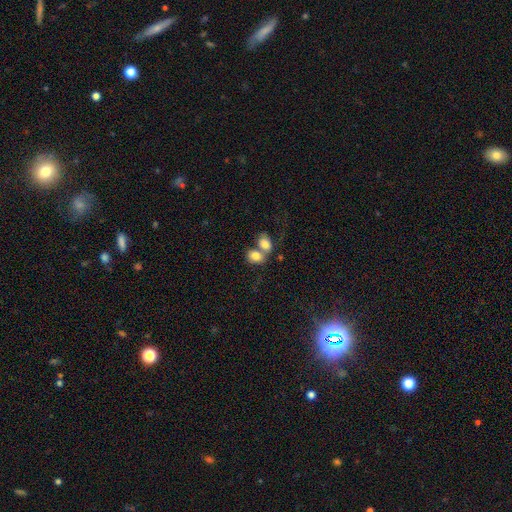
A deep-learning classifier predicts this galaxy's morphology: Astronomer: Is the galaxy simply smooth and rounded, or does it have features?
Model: smooth — 81%.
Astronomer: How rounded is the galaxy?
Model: in between — 65%.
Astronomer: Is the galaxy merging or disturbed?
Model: merger — 61%.